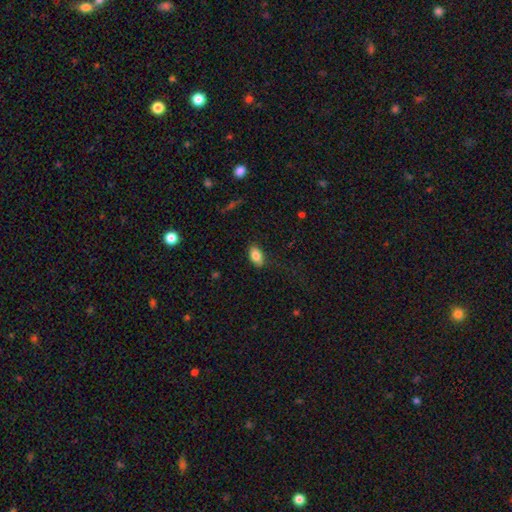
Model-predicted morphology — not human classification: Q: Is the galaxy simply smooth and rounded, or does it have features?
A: smooth — 83%.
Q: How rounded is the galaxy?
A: in between — 91%.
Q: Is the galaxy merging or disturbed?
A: none — 85%.